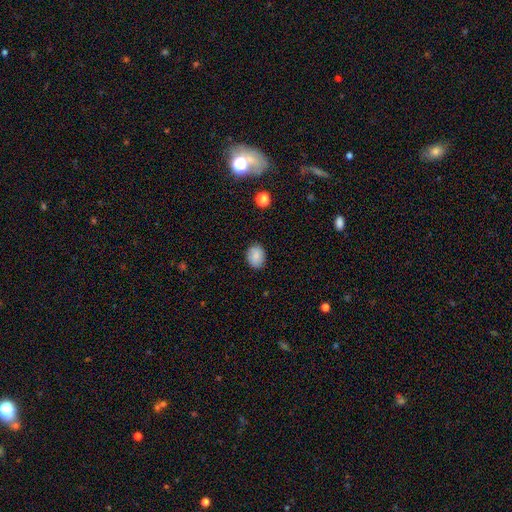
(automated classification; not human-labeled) A smooth galaxy with no disk features (85%) that is in between round and cigar-shaped (56%).

Vote fractions:
- Smooth or featured? smooth: 85% / star or artifact: 8% / featured or disk: 7%
- How rounded? in between: 56% / round: 43% / cigar-shaped: 1%
- Merging? none: 85% / minor disturbance: 12% / major disturbance: 2% / merger: 1%